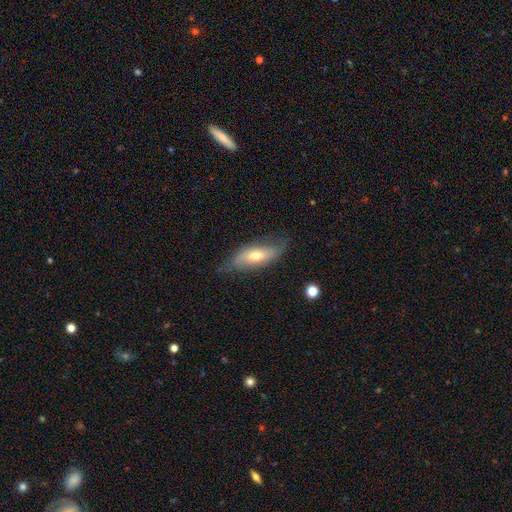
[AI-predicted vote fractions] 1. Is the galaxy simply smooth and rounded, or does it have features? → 47% smooth, 46% featured or disk, 7% star or artifact.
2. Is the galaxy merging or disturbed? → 66% none, 25% minor disturbance, 7% major disturbance, 2% merger.